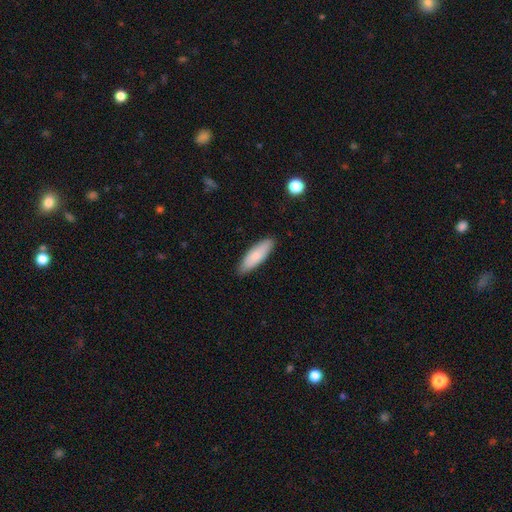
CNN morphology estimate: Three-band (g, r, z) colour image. It shows a smooth galaxy with no disk features (81%) that is cigar-shaped (50%). Merging: none (87%).